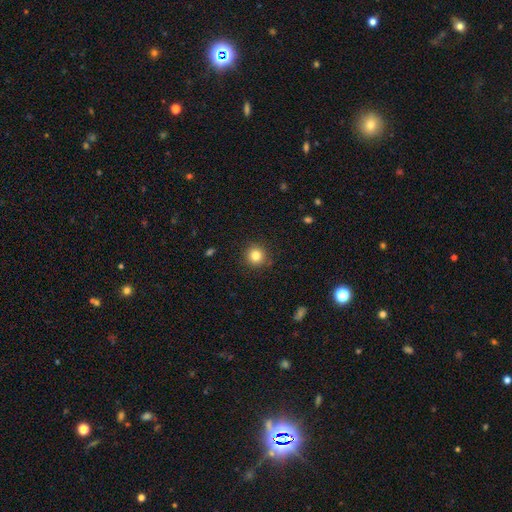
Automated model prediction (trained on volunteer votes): Smooth or featured?
  - smooth: 82% *
  - star or artifact: 12%
  - featured or disk: 6%
How rounded?
  - round: 93% *
  - in between: 6%
  - cigar-shaped: 1%
Merging?
  - none: 90% *
  - minor disturbance: 7%
  - major disturbance: 2%
  - merger: 1%